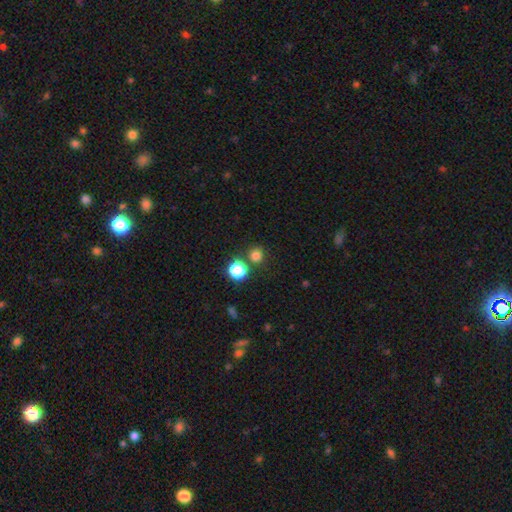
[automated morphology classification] Q: Smooth or featured?
A: smooth (77%); runner-up: star or artifact (19%)
Q: How rounded?
A: round (92%); runner-up: in between (7%)
Q: Merging?
A: none (81%); runner-up: merger (8%)